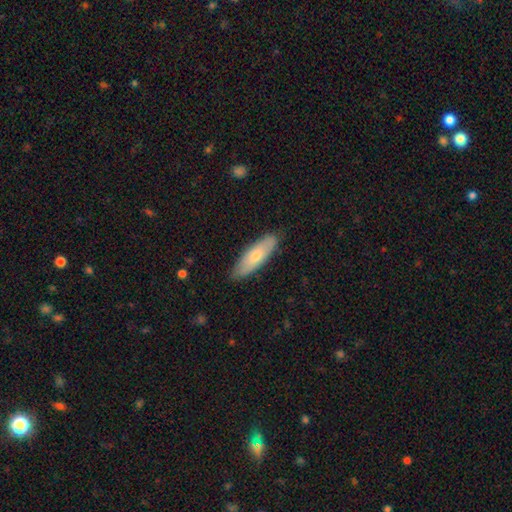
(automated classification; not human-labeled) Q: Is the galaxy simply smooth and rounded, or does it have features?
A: smooth — 66%.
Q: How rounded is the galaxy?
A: in between — 50%.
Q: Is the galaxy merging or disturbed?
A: none — 84%.